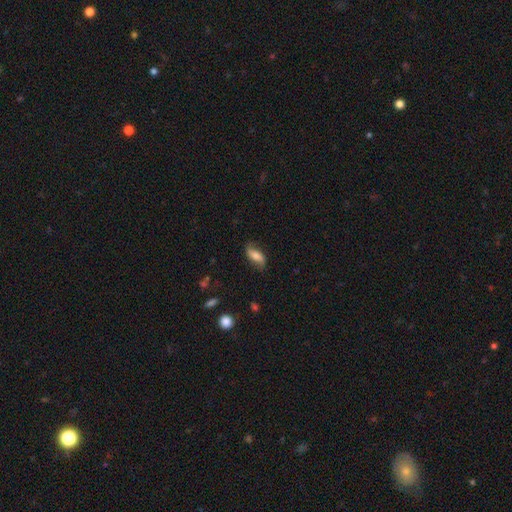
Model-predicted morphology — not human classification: The model was most divided on "smooth or featured": smooth: 57%, featured or disk: 35%, star or artifact: 8%. More confident: how rounded — in between (79%); merging — none (72%).